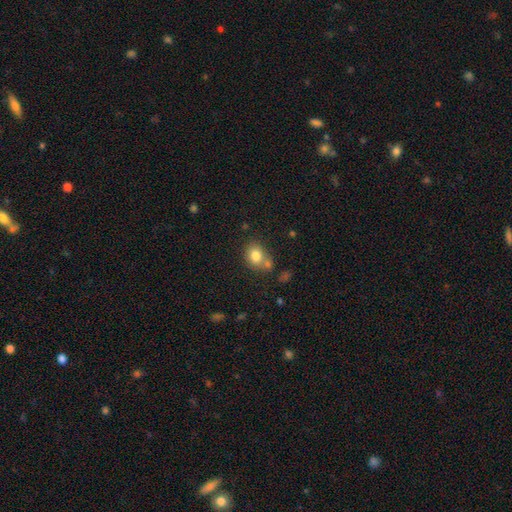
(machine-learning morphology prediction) Overall: smooth (81%). How rounded: round (51%; in between 48%). Merging: none (54%; merger 26%).